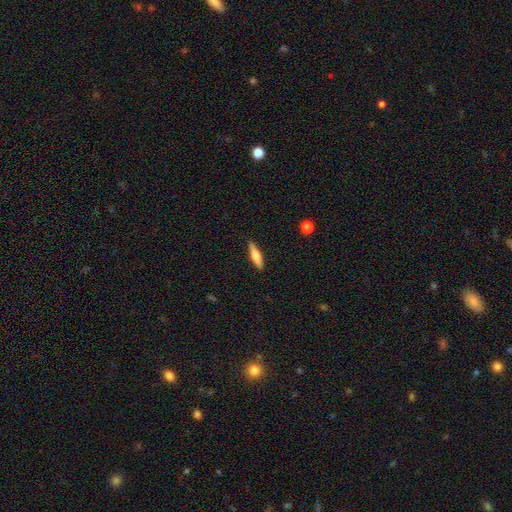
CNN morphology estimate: A smooth galaxy with no disk features (60%) that is cigar-shaped (79%).

Vote fractions:
- Smooth or featured? smooth: 60% / featured or disk: 34% / star or artifact: 6%
- How rounded? cigar-shaped: 79% / in between: 19% / round: 2%
- Merging? none: 89% / minor disturbance: 8% / major disturbance: 2% / merger: 1%